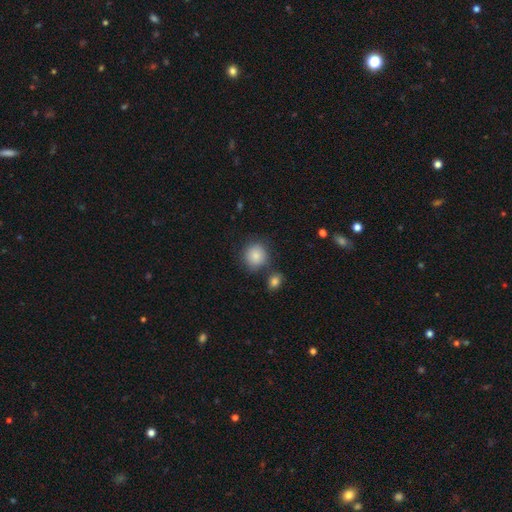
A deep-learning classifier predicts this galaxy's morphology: Smooth or featured? Predicted: smooth (p=0.85). How rounded? Predicted: round (p=0.87). Merging? Predicted: none (p=0.73).